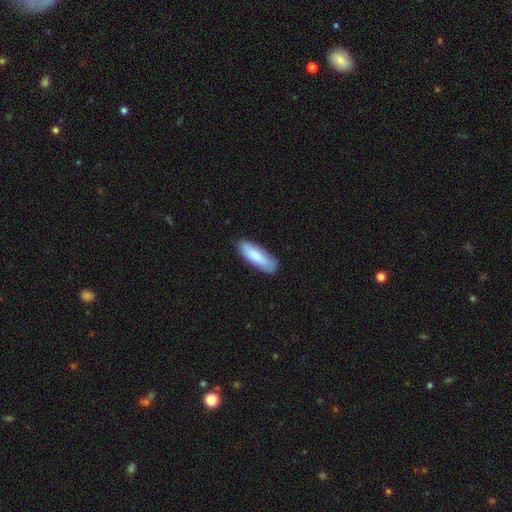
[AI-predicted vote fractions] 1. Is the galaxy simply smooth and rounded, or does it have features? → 83% smooth, 11% featured or disk, 5% star or artifact.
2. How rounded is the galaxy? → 54% in between, 45% cigar-shaped, 1% round.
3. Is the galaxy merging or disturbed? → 82% none, 14% minor disturbance, 3% major disturbance, 1% merger.